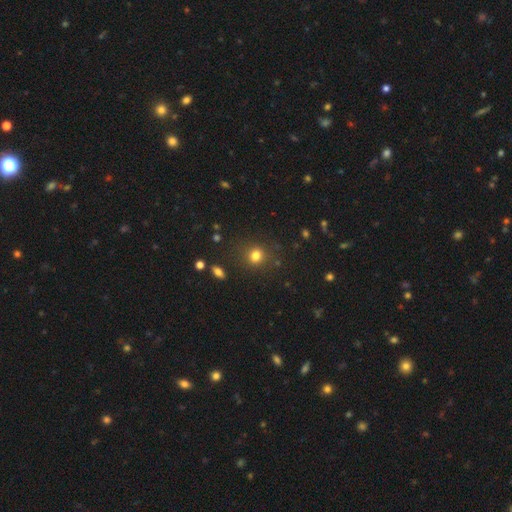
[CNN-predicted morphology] type=smooth (79%); roundness=round (76%); merging=none (83%).